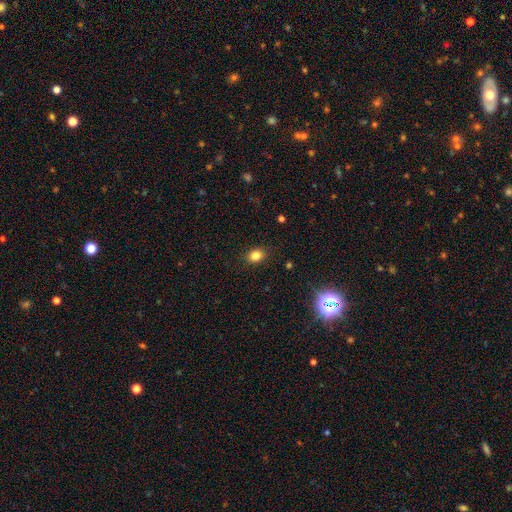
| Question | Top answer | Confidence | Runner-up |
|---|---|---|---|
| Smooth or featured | smooth | 83% | featured or disk (14%) |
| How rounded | in between | 73% | round (27%) |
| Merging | none | 86% | minor disturbance (9%) |